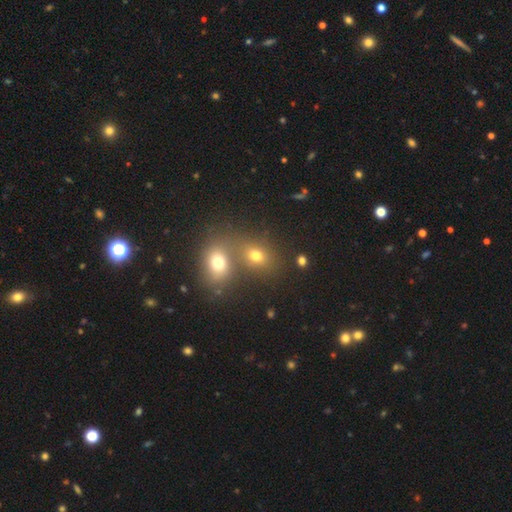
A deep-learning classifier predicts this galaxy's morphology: Smooth or featured?
  - smooth: 70% *
  - star or artifact: 18%
  - featured or disk: 12%
How rounded?
  - round: 50% *
  - in between: 49%
  - cigar-shaped: 1%
Merging?
  - merger: 45% *
  - none: 44%
  - minor disturbance: 8%
  - major disturbance: 4%